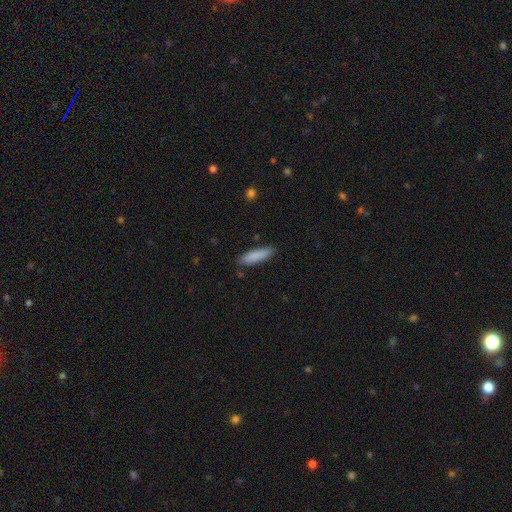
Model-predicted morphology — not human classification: Smooth or featured? Predicted: smooth (p=0.86). How rounded? Predicted: cigar-shaped (p=0.67). Merging? Predicted: none (p=0.85).